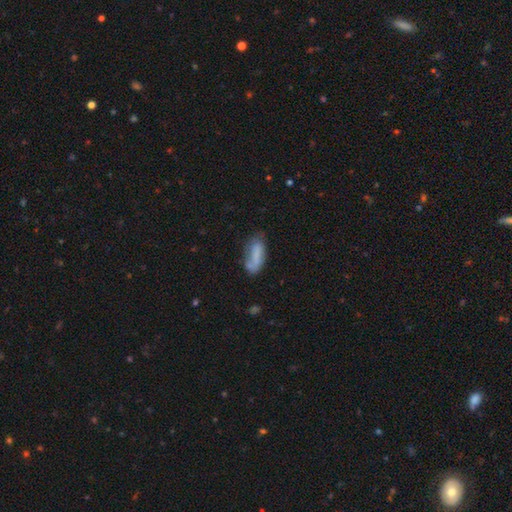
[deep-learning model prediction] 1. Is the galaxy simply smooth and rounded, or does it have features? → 70% smooth, 22% featured or disk, 8% star or artifact.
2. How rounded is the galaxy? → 74% in between, 23% cigar-shaped, 2% round.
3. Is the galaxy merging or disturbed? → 49% none, 30% minor disturbance, 15% major disturbance, 7% merger.